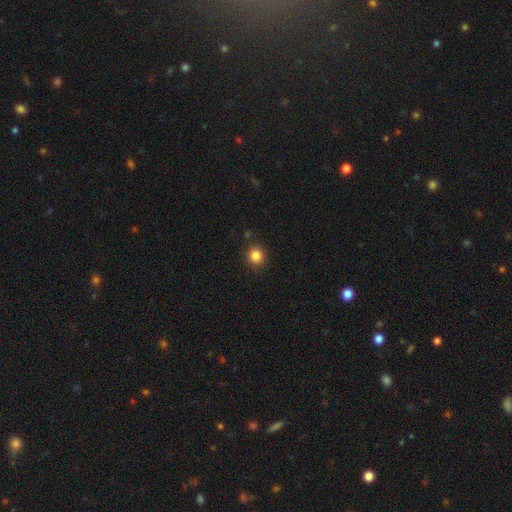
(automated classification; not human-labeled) Morphology: type=smooth (85%); roundness=round (90%); merging=none (89%).